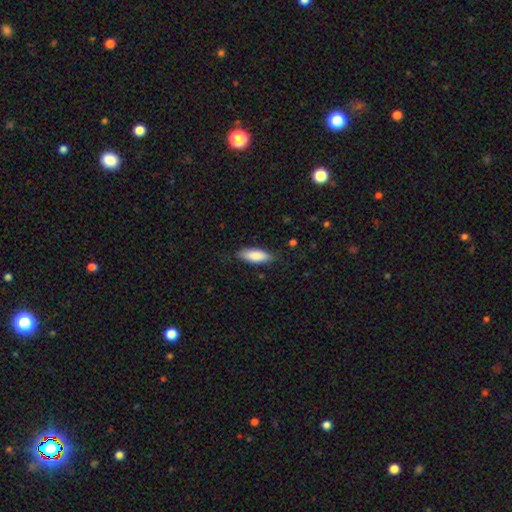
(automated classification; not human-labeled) Smooth or featured?
  - smooth: 85% *
  - featured or disk: 9%
  - star or artifact: 6%
How rounded?
  - in between: 68% *
  - cigar-shaped: 30%
  - round: 2%
Merging?
  - none: 82% *
  - minor disturbance: 14%
  - major disturbance: 3%
  - merger: 1%